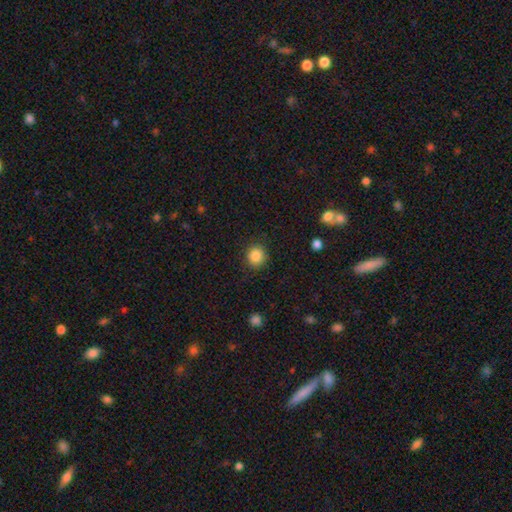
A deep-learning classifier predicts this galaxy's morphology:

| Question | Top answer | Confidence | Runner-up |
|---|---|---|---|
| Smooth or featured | smooth | 85% | star or artifact (10%) |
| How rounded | round | 89% | in between (10%) |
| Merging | none | 89% | minor disturbance (7%) |